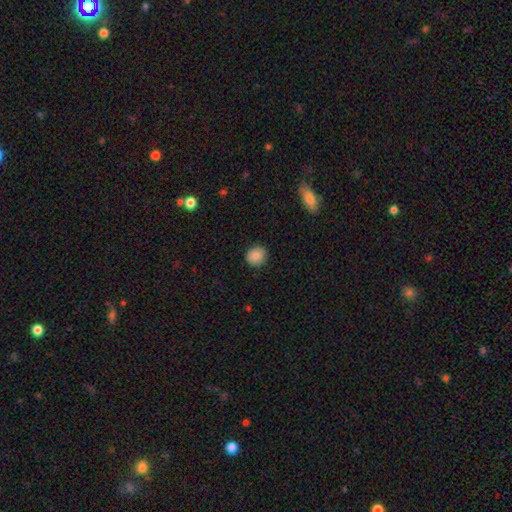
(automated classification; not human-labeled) Overall: smooth (86%). How rounded: round (84%). Merging: none (89%).